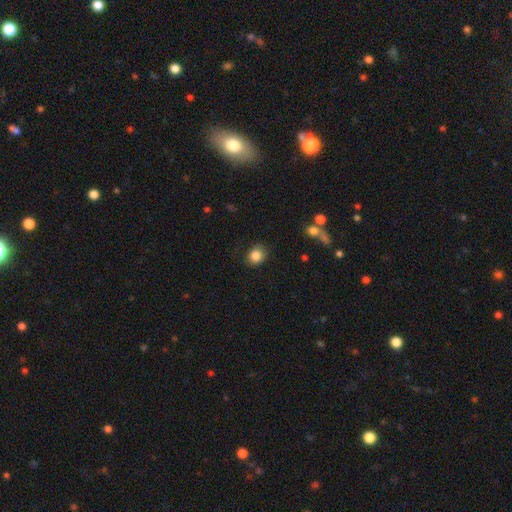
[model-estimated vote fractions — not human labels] Morphology: type=smooth (85%); roundness=round (69%); merging=none (83%).